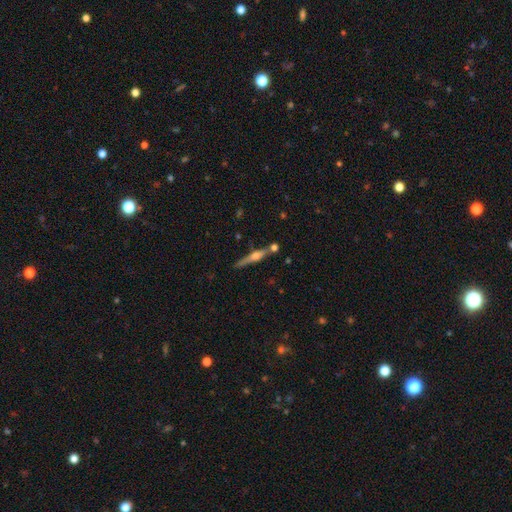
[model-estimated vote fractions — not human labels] Smooth or featured? Predicted: featured or disk (p=0.67). Edge-on disk? Predicted: yes (p=0.97). Edge-on bulge? Predicted: rounded (p=0.86). Merging? Predicted: none (p=0.75).